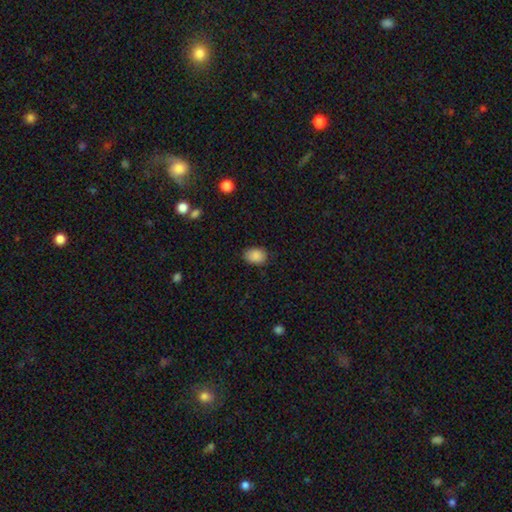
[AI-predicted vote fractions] A smooth galaxy with no disk features (88%) that is in between round and cigar-shaped (74%). Merging: none (81%).